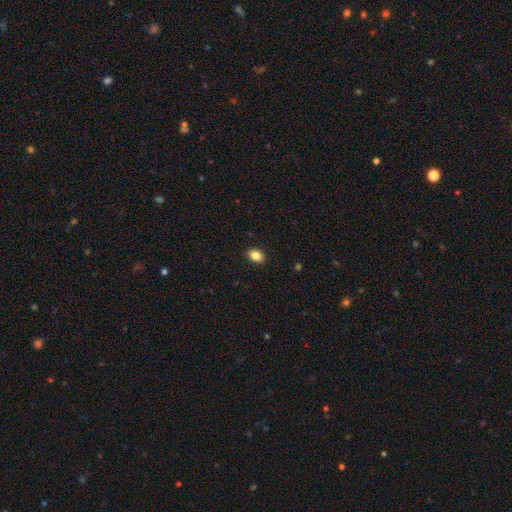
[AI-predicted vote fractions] This is clearly a smooth galaxy (86%). How rounded: likely in between (76%). Merging: clearly none (90%).